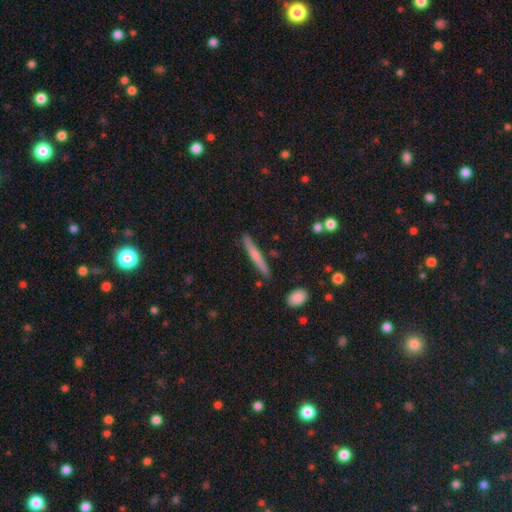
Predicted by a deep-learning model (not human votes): Q: Smooth or featured?
A: smooth (60%); runner-up: featured or disk (34%)
Q: How rounded?
A: cigar-shaped (95%); runner-up: in between (3%)
Q: Merging?
A: none (87%); runner-up: minor disturbance (9%)